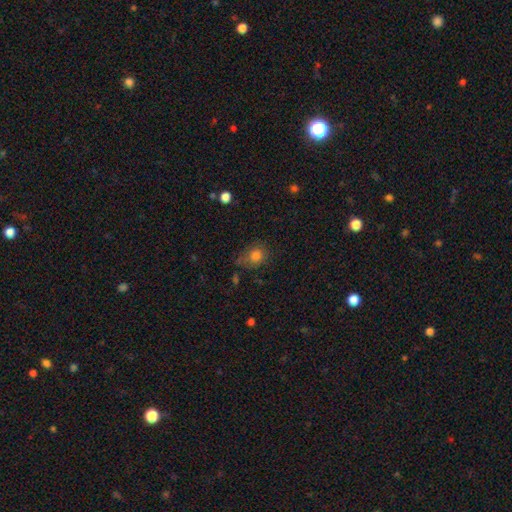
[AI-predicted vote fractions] smooth-or-featured: smooth: 79% | star or artifact: 13% | featured or disk: 9%
  how-rounded: round: 64% | in between: 35% | cigar-shaped: 1%
  merging: none: 60% | minor disturbance: 25% | major disturbance: 10% | merger: 5%